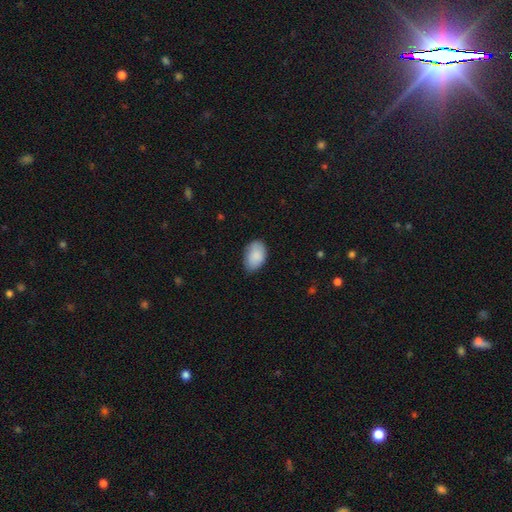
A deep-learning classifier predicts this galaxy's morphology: smooth-or-featured: smooth: 88% | featured or disk: 6% | star or artifact: 6%
  how-rounded: in between: 91% | round: 8% | cigar-shaped: 1%
  merging: none: 74% | minor disturbance: 22% | major disturbance: 3% | merger: 1%